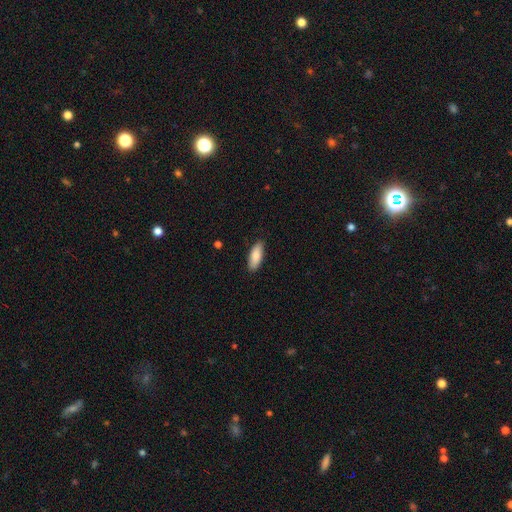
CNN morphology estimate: Smooth or featured? smooth (86%)
How rounded? in between (74%)
Merging? none (86%)